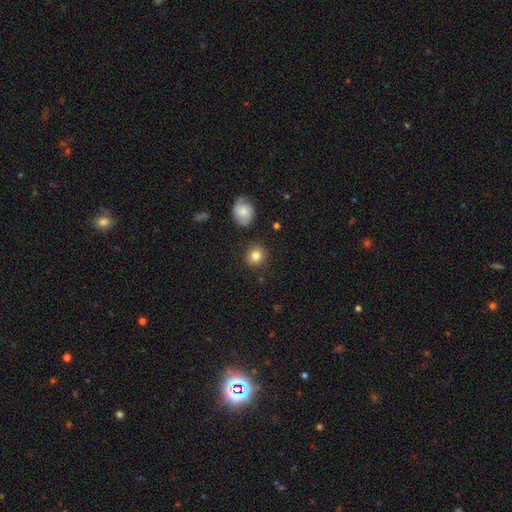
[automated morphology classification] Q: Smooth or featured?
A: smooth (83%); runner-up: star or artifact (9%)
Q: How rounded?
A: round (87%); runner-up: in between (12%)
Q: Merging?
A: none (87%); runner-up: minor disturbance (8%)